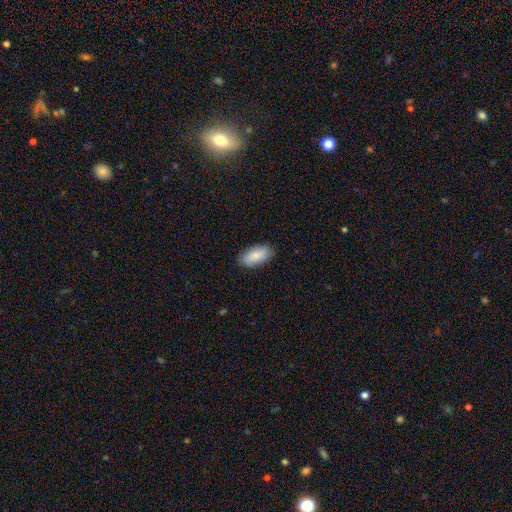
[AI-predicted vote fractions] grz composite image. It shows a smooth galaxy with no disk features (86%) that is in between round and cigar-shaped (91%). Merging: none (87%).